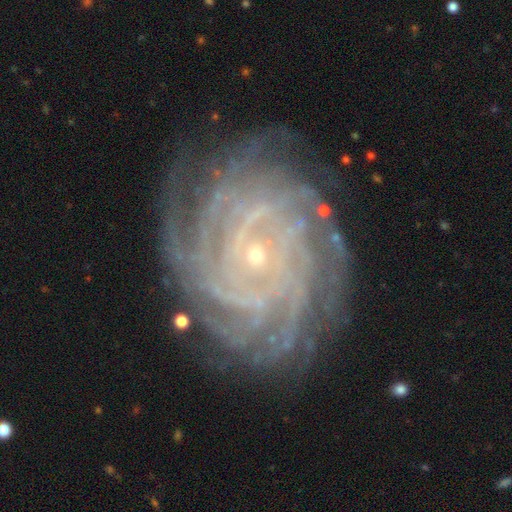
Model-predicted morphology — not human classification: smooth-or-featured: featured or disk: 90% | star or artifact: 6% | smooth: 4%
  disk-edge-on: no: 97% | yes: 3%
    bar: no: 68% | weak: 22% | strong: 10%
    has-spiral-arms: yes: 98% | no: 2%
      spiral-winding: tight: 83% | medium: 14% | loose: 3%
      spiral-arm-count: more than 4: 42% | 4: 17% | can't tell: 14% | 3: 9% | 2: 8% | 1: 8%
    bulge-size: small: 87% | moderate: 9% | none: 1% | large: 1% | dominant: 1%
  merging: none: 83% | minor disturbance: 12% | major disturbance: 4% | merger: 1%